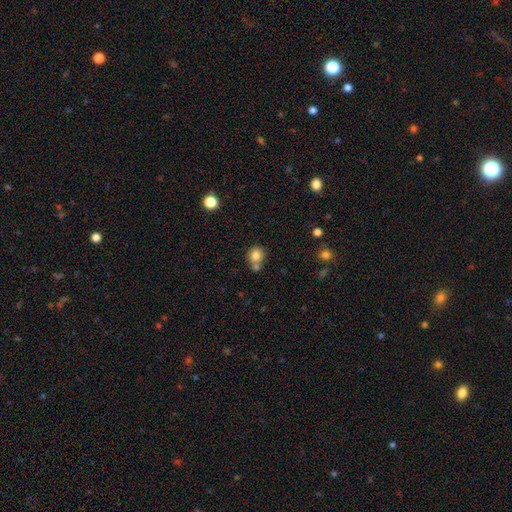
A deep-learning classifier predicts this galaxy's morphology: type=smooth (81%); roundness=round (83%); merging=none (57%).